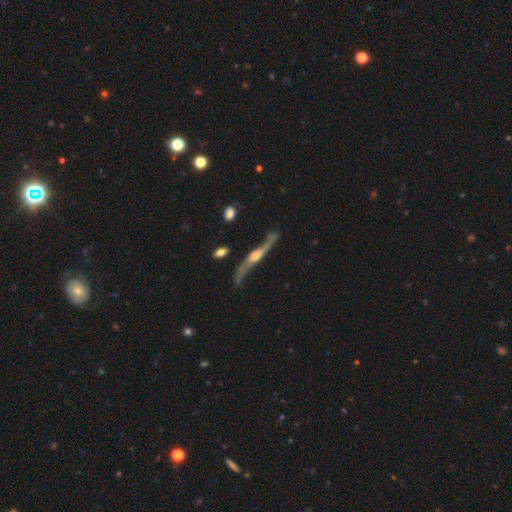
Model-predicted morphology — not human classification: smooth_or_featured: featured or disk (p=0.81) [alt: smooth p=0.14]
disk_edge_on: yes (p=0.64) [alt: no p=0.36]
edge_on_bulge: rounded (p=0.81) [alt: boxy p=0.11]
merging: none (p=0.56) [alt: minor disturbance p=0.24]